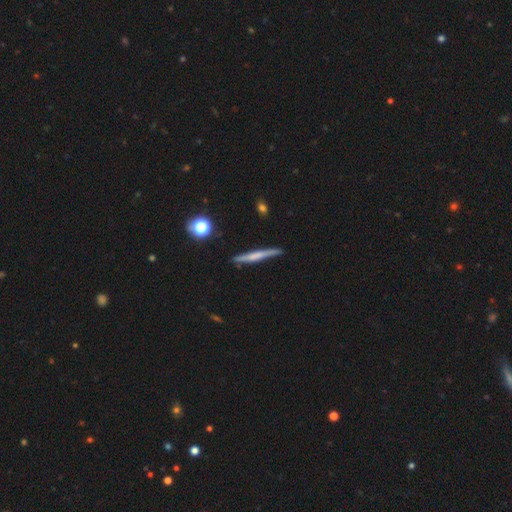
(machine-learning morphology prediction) Smooth or featured? Predicted: featured or disk (p=0.51). Edge-on disk? Predicted: yes (p=0.96). Merging? Predicted: none (p=0.86).